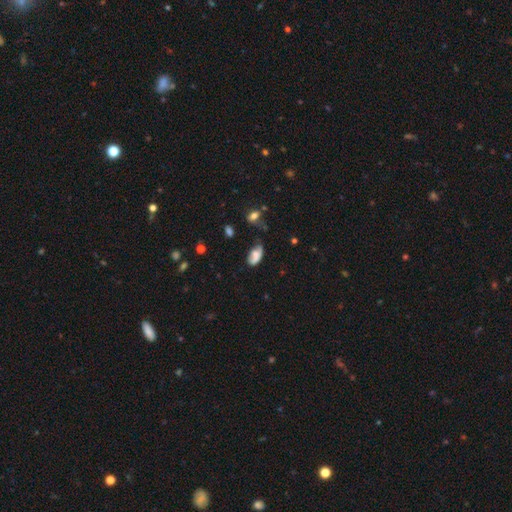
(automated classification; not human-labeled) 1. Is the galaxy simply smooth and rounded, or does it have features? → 68% smooth, 22% featured or disk, 10% star or artifact.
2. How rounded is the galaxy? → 91% in between, 5% round, 4% cigar-shaped.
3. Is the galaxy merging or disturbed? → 37% minor disturbance, 35% none, 20% major disturbance, 8% merger.